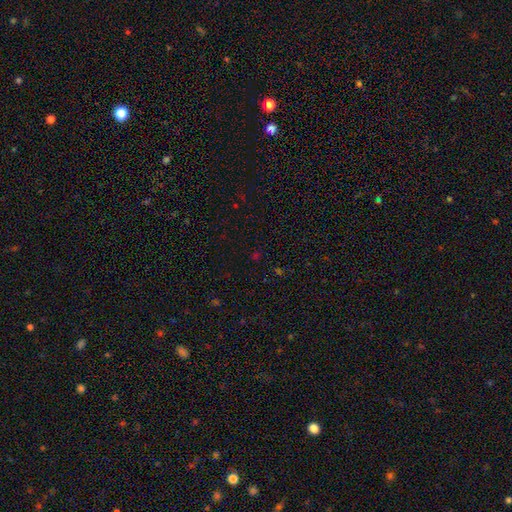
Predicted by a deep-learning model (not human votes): Smooth or featured? star or artifact (61%)